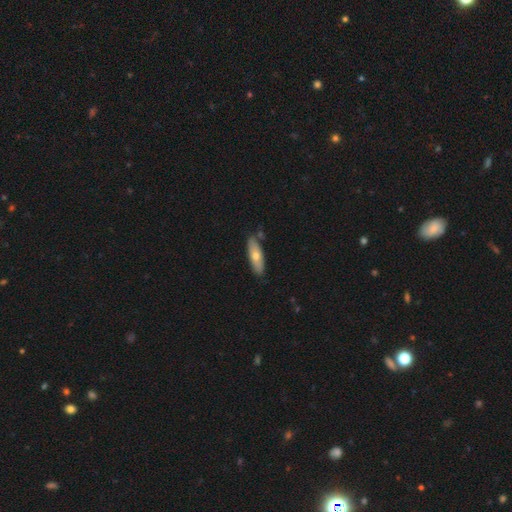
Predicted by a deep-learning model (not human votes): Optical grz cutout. It shows a smooth galaxy with no disk features (61%) that is in between round and cigar-shaped (50%). Merging: none (81%).